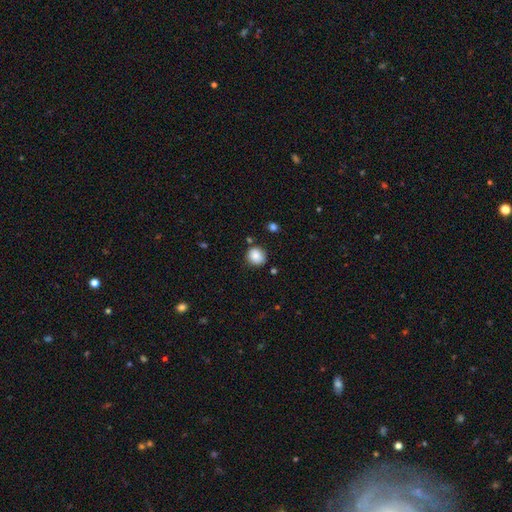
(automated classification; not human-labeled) smooth 87%, star or artifact 9%, featured or disk 4%. Down the decision tree: how rounded — round (82%); merging — none (79%).